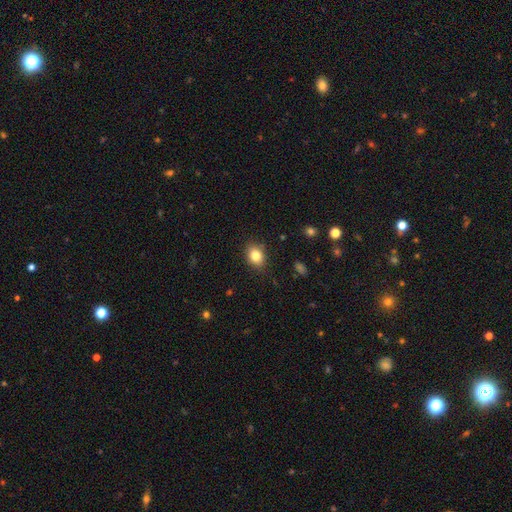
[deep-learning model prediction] The model was most divided on "how rounded": in between: 59%, round: 40%, cigar-shaped: 1%. More confident: merging — none (86%); smooth or featured — smooth (83%).